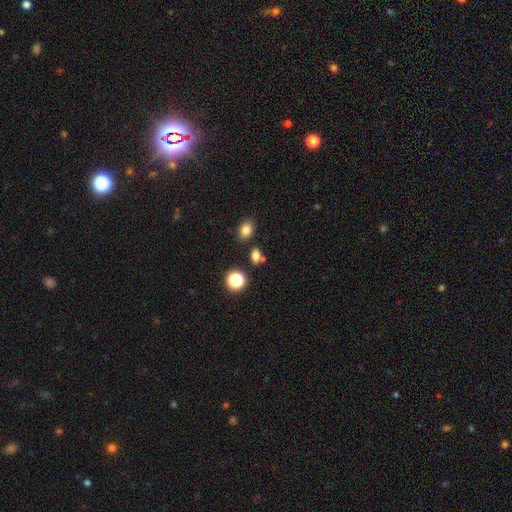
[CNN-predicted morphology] Overall: smooth (75%). How rounded: in between (62%; round 36%). Merging: none (71%).